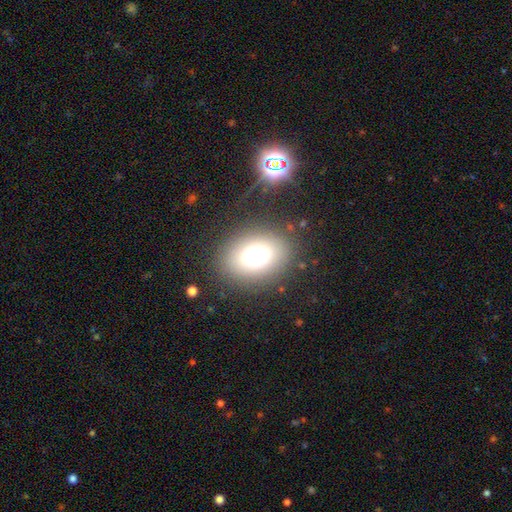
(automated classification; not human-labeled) A smooth galaxy with no disk features (69%) that is in between round and cigar-shaped (59%).

Vote fractions:
- Smooth or featured? smooth: 69% / star or artifact: 19% / featured or disk: 12%
- How rounded? in between: 59% / round: 40% / cigar-shaped: 1%
- Merging? none: 84% / minor disturbance: 9% / major disturbance: 5% / merger: 3%